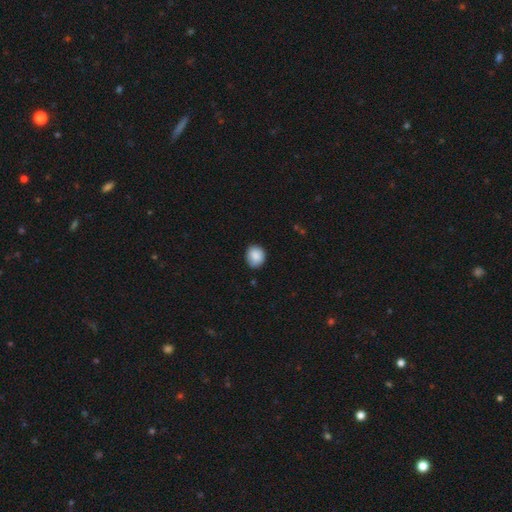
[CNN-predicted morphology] smooth-or-featured: smooth: 87% | star or artifact: 7% | featured or disk: 6%
  how-rounded: round: 73% | in between: 26% | cigar-shaped: 1%
  merging: none: 79% | minor disturbance: 17% | major disturbance: 3% | merger: 1%